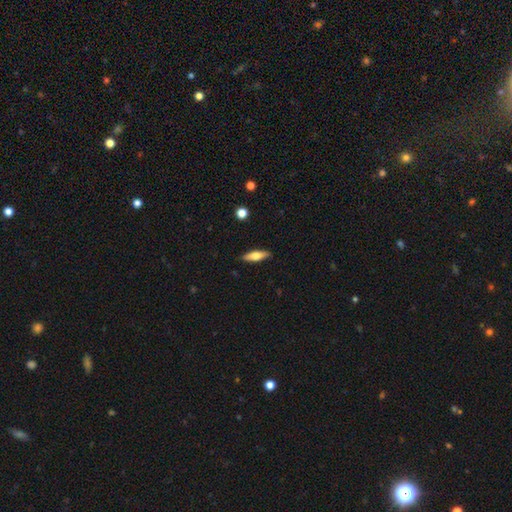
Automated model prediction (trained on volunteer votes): Smooth or featured: smooth — 59% (featured or disk — 35%)
How rounded: cigar-shaped — 56% (in between — 42%)
Merging: none — 89% (minor disturbance — 8%)